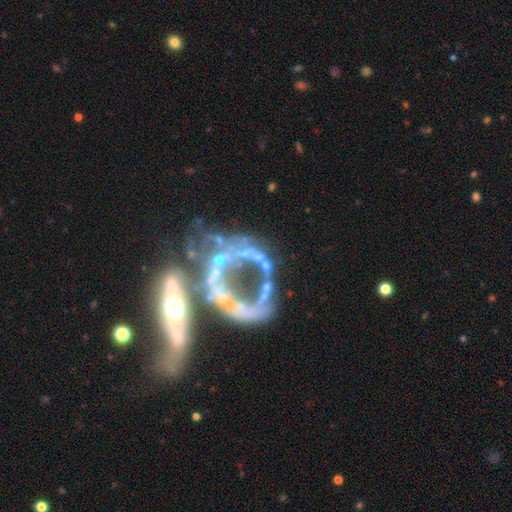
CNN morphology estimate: This is likely a featured or disk galaxy (70%). It is clearly not viewed edge-on (97%). Bar: clearly no (80%). Spiral arm pattern: likely no (79%). Central bulge: likely none (70%). Merging: marginally major disturbance (33%).